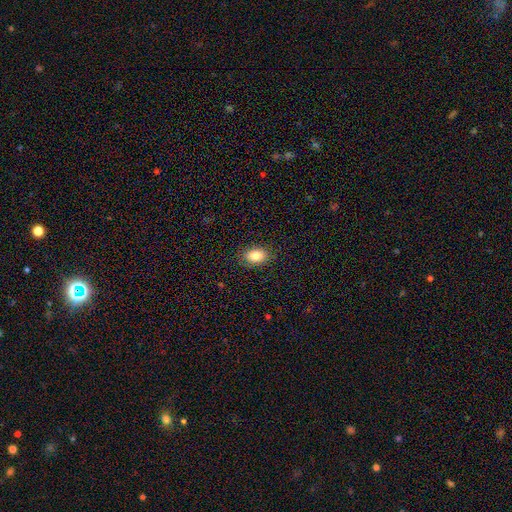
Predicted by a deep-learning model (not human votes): Overall: smooth (82%). How rounded: in between (82%). Merging: none (87%).